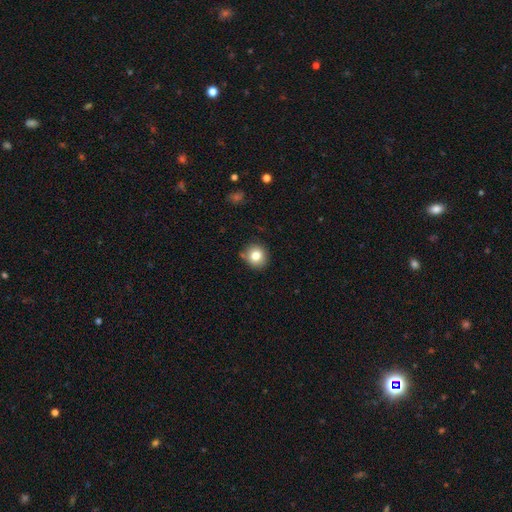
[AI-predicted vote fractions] Overall: smooth (80%). How rounded: round (88%). Merging: none (82%).